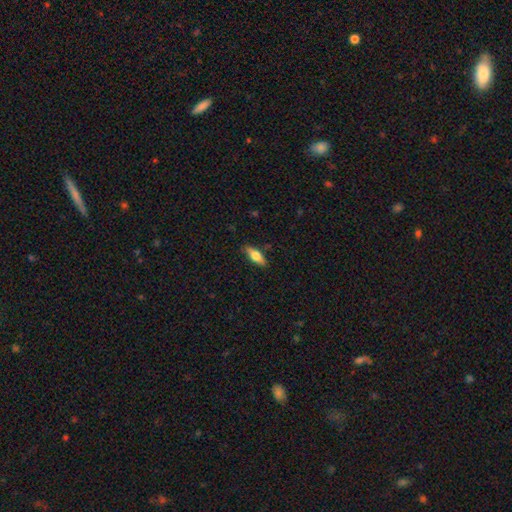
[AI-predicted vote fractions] This appears to be a smooth galaxy with no disk features (67%) that is in between round and cigar-shaped (66%). Merging: none (85%).